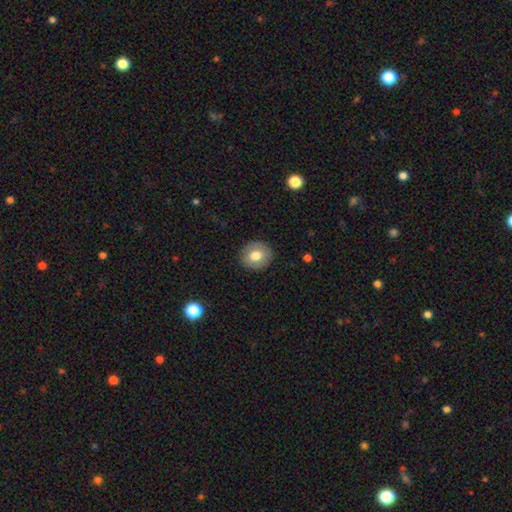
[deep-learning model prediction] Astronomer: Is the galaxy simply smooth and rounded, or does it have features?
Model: smooth — 75%.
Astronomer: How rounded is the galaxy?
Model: round — 82%.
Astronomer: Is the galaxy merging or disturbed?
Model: none — 90%.